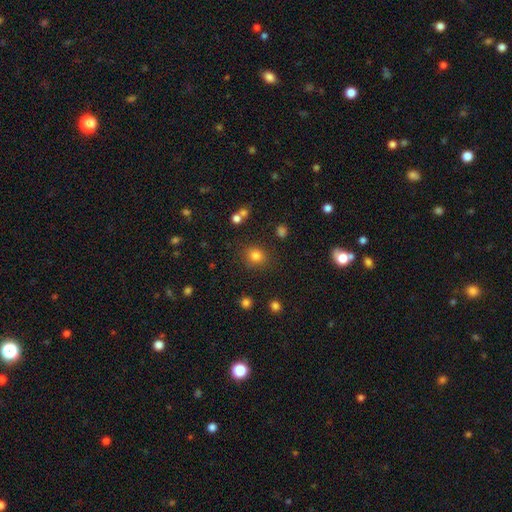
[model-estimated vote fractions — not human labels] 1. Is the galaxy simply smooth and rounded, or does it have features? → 81% smooth, 13% star or artifact, 6% featured or disk.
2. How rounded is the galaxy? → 76% round, 23% in between, 1% cigar-shaped.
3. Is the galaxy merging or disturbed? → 83% none, 10% minor disturbance, 4% major disturbance, 4% merger.